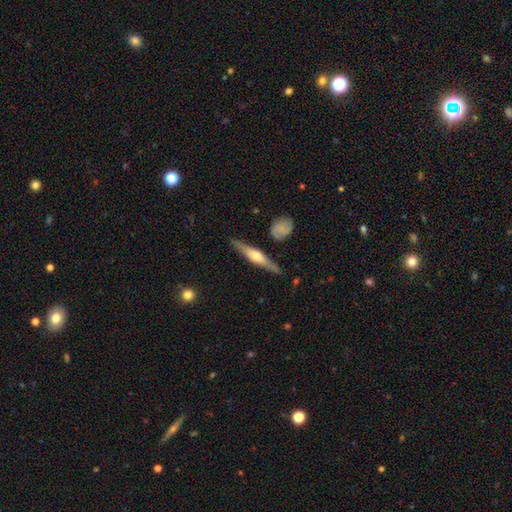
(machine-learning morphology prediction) The model was most divided on "smooth or featured": featured or disk: 66%, smooth: 29%, star or artifact: 6%. More confident: edge-on disk — yes (96%); edge-on bulge — rounded (86%); merging — none (84%).